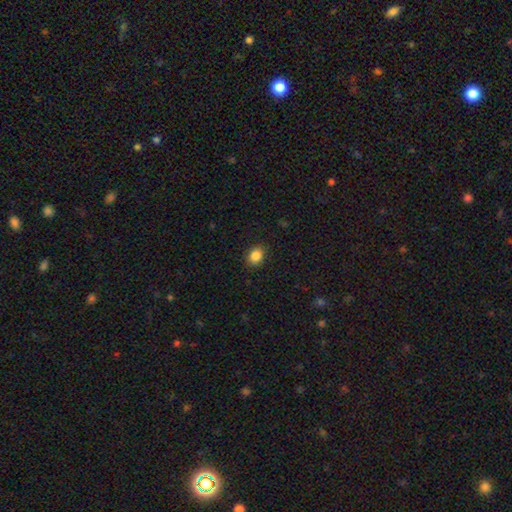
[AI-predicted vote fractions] Q: Smooth or featured?
A: smooth (86%); runner-up: star or artifact (10%)
Q: How rounded?
A: round (55%); runner-up: in between (45%)
Q: Merging?
A: none (89%); runner-up: minor disturbance (8%)